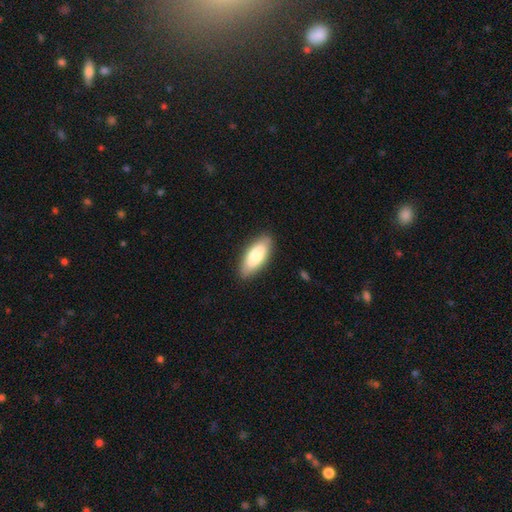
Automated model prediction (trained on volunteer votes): Q: Smooth or featured?
A: smooth (77%); runner-up: featured or disk (17%)
Q: How rounded?
A: in between (84%); runner-up: cigar-shaped (14%)
Q: Merging?
A: none (87%); runner-up: minor disturbance (10%)